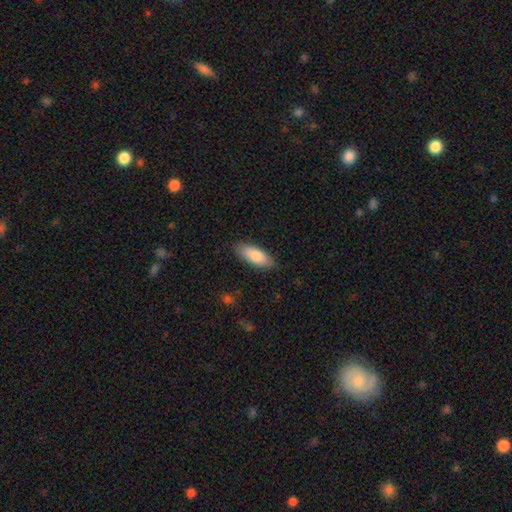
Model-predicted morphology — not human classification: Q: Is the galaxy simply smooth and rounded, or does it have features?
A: smooth — 84%.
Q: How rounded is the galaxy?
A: in between — 79%.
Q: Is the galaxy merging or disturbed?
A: none — 86%.